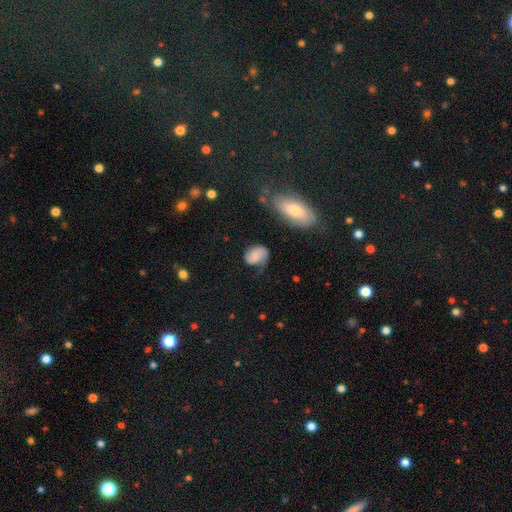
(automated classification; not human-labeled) Q: Smooth or featured?
A: smooth (57%); runner-up: featured or disk (35%)
Q: How rounded?
A: in between (62%); runner-up: round (36%)
Q: Merging?
A: none (48%); runner-up: minor disturbance (31%)